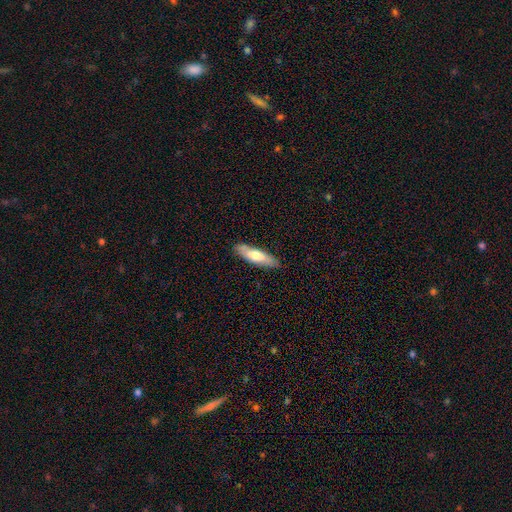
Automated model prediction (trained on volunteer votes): Q: Smooth or featured?
A: smooth (63%); runner-up: featured or disk (32%)
Q: How rounded?
A: cigar-shaped (60%); runner-up: in between (38%)
Q: Merging?
A: none (85%); runner-up: minor disturbance (12%)